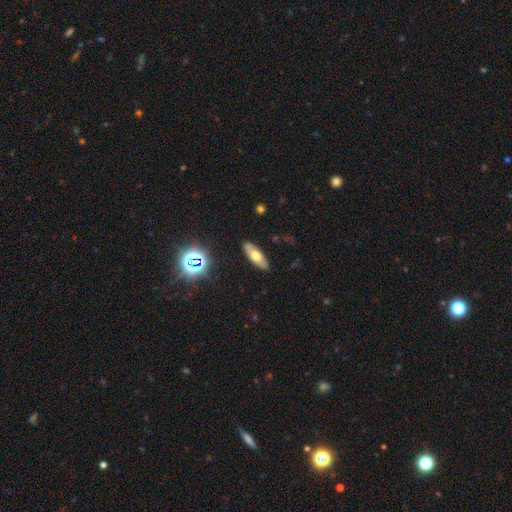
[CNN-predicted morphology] smooth 56%, featured or disk 34%, star or artifact 10%. Down the decision tree: how rounded — in between (62%); merging — none (87%).